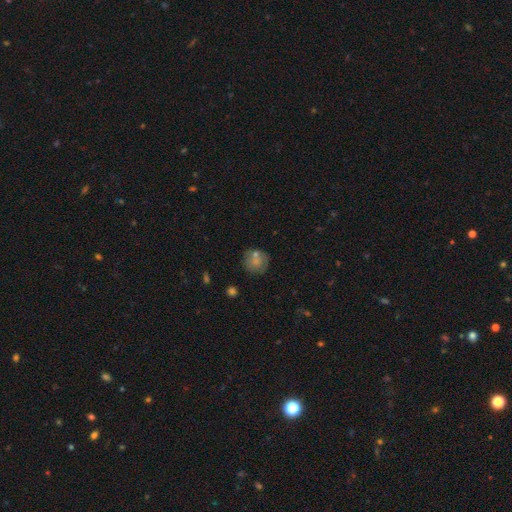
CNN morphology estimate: This appears to be a smooth galaxy with no disk features (57%) that is round (87%). Merging: none (72%).